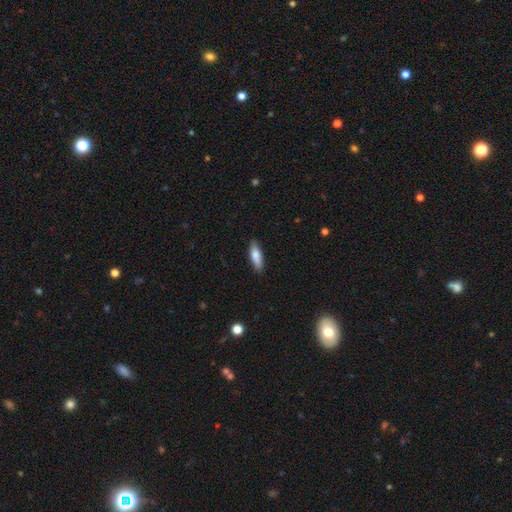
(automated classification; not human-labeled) smooth_or_featured: smooth (p=0.76) [alt: featured or disk p=0.18]
how_rounded: cigar-shaped (p=0.51) [alt: in between p=0.47]
merging: none (p=0.85) [alt: minor disturbance p=0.11]